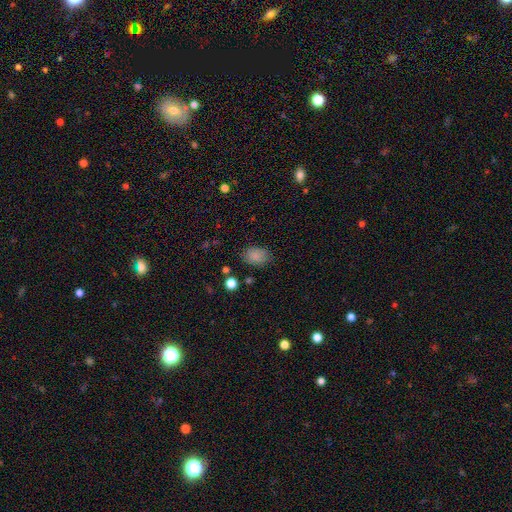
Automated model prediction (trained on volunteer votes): Smooth or featured? smooth (84%)
How rounded? in between (71%)
Merging? none (82%)